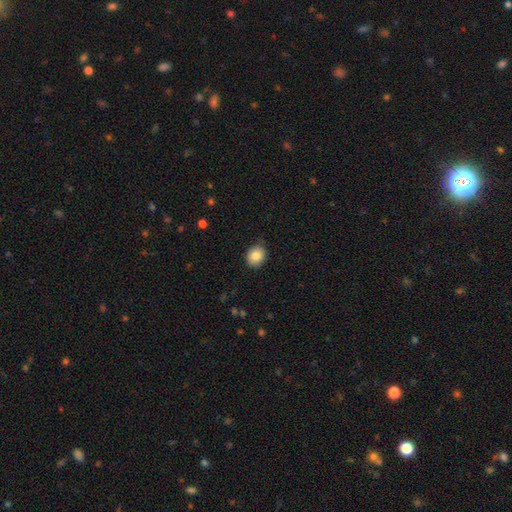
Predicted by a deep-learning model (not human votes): Q: Smooth or featured?
A: smooth (84%); runner-up: star or artifact (8%)
Q: How rounded?
A: round (60%); runner-up: in between (39%)
Q: Merging?
A: none (81%); runner-up: minor disturbance (15%)